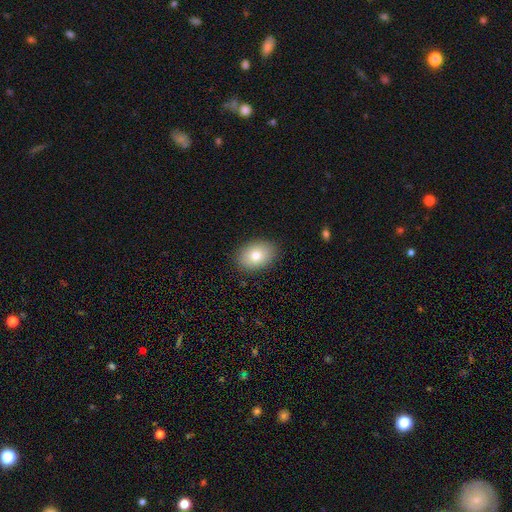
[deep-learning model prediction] The model was most divided on "how rounded": in between: 81%, round: 18%, cigar-shaped: 1%. More confident: merging — none (88%); smooth or featured — smooth (80%).